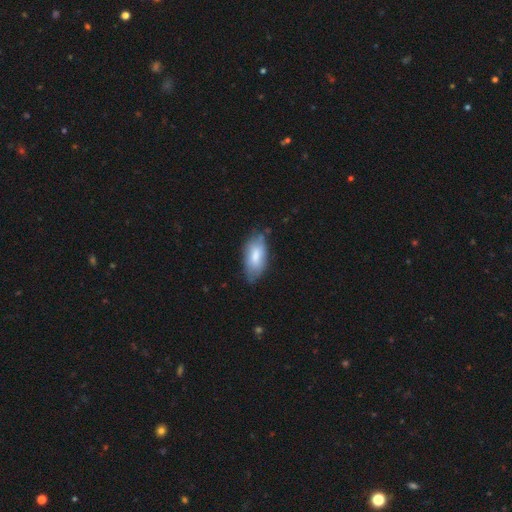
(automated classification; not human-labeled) The model was most divided on "merging": none: 62%, minor disturbance: 30%, major disturbance: 7%, merger: 2%. More confident: how rounded — in between (91%); smooth or featured — smooth (75%).